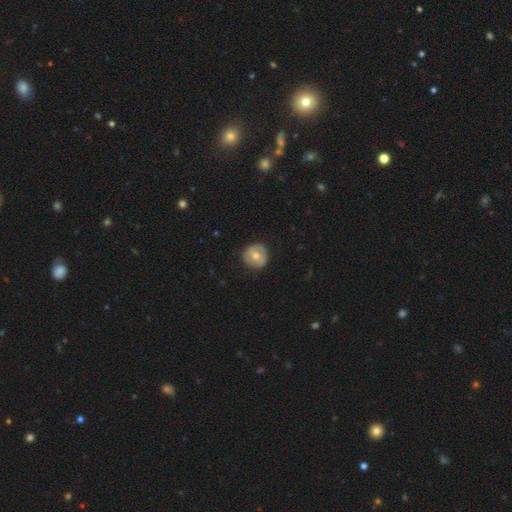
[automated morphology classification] Smooth or featured? Predicted: smooth (p=0.56). How rounded? Predicted: round (p=0.93). Merging? Predicted: none (p=0.86).